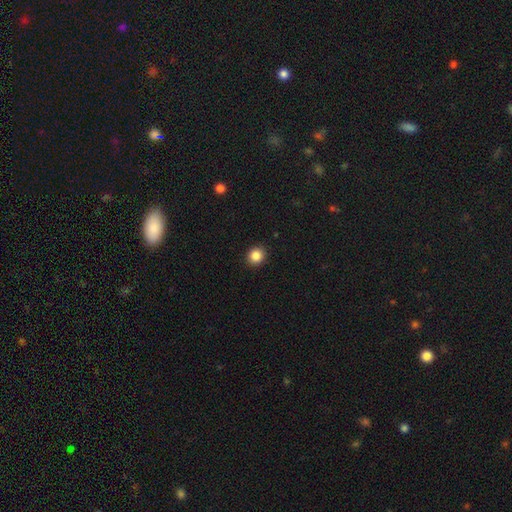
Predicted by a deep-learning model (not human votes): A smooth galaxy with no disk features (86%) that is round (83%). Merging: none (91%).